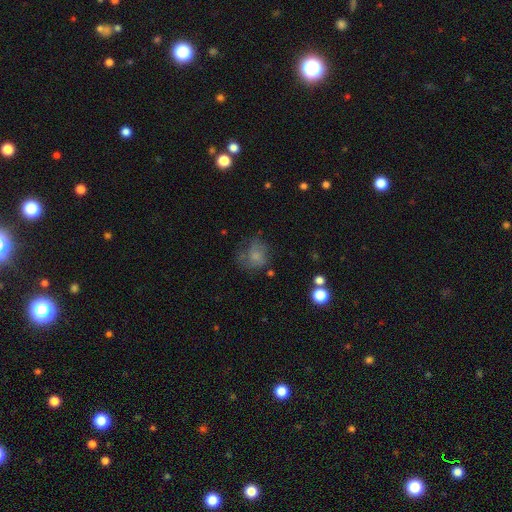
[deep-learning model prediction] smooth-or-featured: smooth: 60% | featured or disk: 27% | star or artifact: 13%
  how-rounded: round: 64% | in between: 35% | cigar-shaped: 1%
  merging: none: 45% | major disturbance: 26% | minor disturbance: 25% | merger: 4%